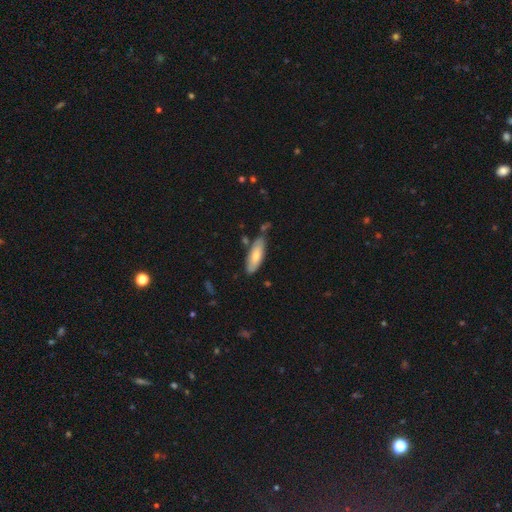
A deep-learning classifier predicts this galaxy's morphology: A smooth galaxy with no disk features (70%) that is in between round and cigar-shaped (61%).

Vote fractions:
- Smooth or featured? smooth: 70% / featured or disk: 24% / star or artifact: 6%
- How rounded? in between: 61% / cigar-shaped: 38% / round: 2%
- Merging? none: 72% / minor disturbance: 18% / merger: 6% / major disturbance: 3%